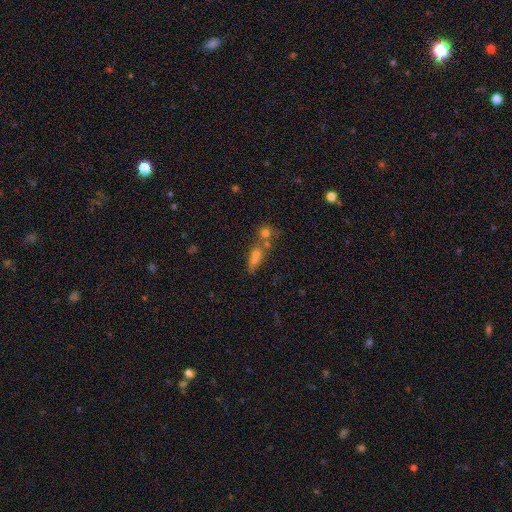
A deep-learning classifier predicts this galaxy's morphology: type=smooth (51%); roundness=in between (38%, tied with cigar-shaped); merging=none (41%).